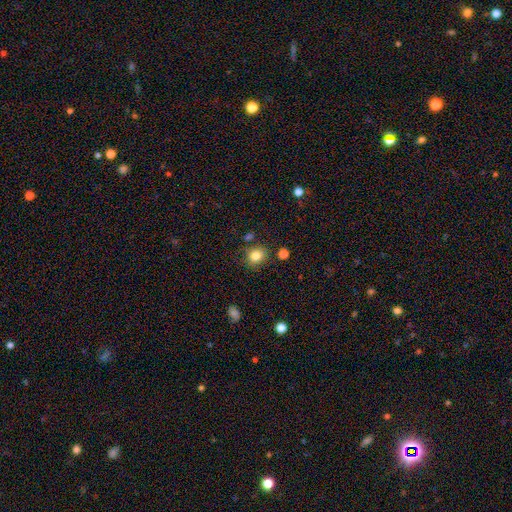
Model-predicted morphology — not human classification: This appears to be a smooth galaxy with no disk features (83%) that is round (73%). Merging: none (80%).